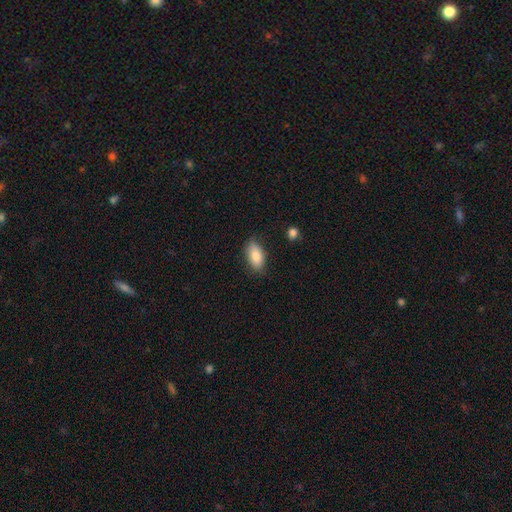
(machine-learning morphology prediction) smooth-or-featured: smooth: 85% | featured or disk: 8% | star or artifact: 7%
  how-rounded: in between: 91% | cigar-shaped: 5% | round: 4%
  merging: none: 82% | minor disturbance: 14% | major disturbance: 3% | merger: 1%